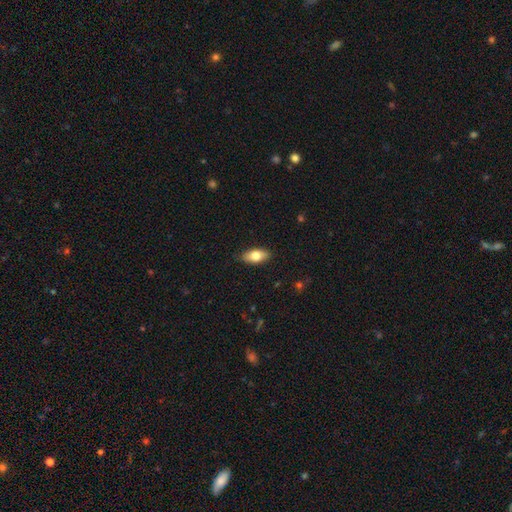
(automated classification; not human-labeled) Q: Smooth or featured?
A: smooth (75%); runner-up: featured or disk (18%)
Q: How rounded?
A: in between (88%); runner-up: cigar-shaped (9%)
Q: Merging?
A: none (86%); runner-up: minor disturbance (11%)